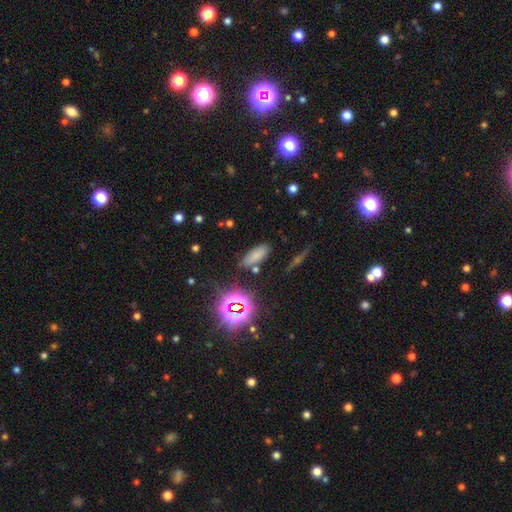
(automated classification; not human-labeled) Smooth or featured? Predicted: smooth (p=0.69). How rounded? Predicted: in between (p=0.76). Merging? Predicted: none (p=0.81).